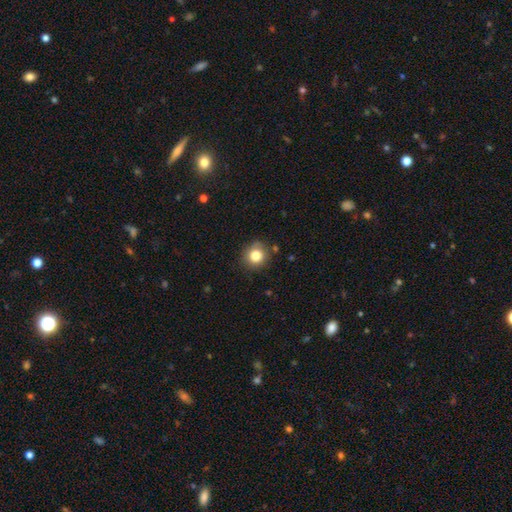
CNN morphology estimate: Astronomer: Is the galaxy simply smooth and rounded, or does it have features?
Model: smooth — 82%.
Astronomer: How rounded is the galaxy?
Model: round — 88%.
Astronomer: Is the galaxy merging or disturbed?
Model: none — 82%.